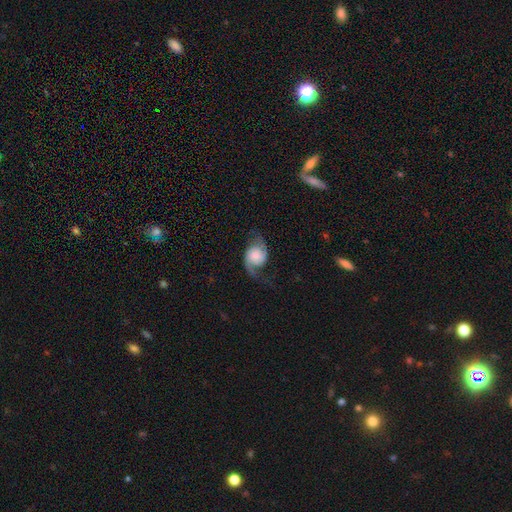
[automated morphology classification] Smooth or featured?
  - featured or disk: 81% *
  - smooth: 13%
  - star or artifact: 6%
Edge-on disk?
  - no: 97% *
  - yes: 3%
Bar?
  - no: 69% *
  - weak: 26%
  - strong: 5%
Spiral arms?
  - yes: 96% *
  - no: 4%
Spiral winding?
  - loose: 52% *
  - medium: 36%
  - tight: 12%
Spiral arm count?
  - 2: 91% *
  - 1: 3%
  - can't tell: 2%
  - 3: 1%
  - 4: 1%
  - more than 4: 1%
Bulge size?
  - moderate: 39% *
  - small: 31%
  - large: 16%
  - none: 8%
  - dominant: 5%
Merging?
  - none: 67% *
  - minor disturbance: 18%
  - major disturbance: 13%
  - merger: 1%